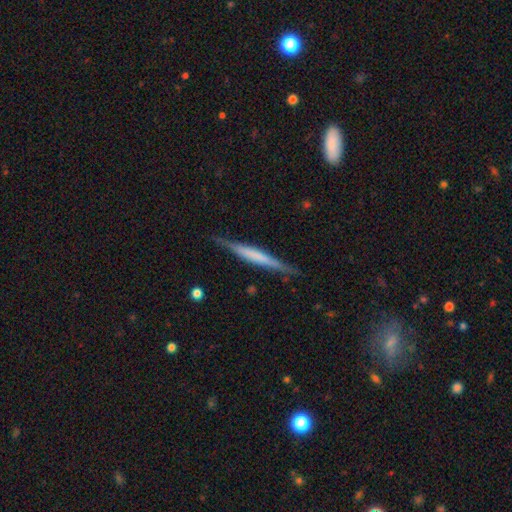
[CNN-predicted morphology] A featured or disk galaxy (55%) viewed edge-on (96%) with no central bulge (56%). Merging: none (86%).